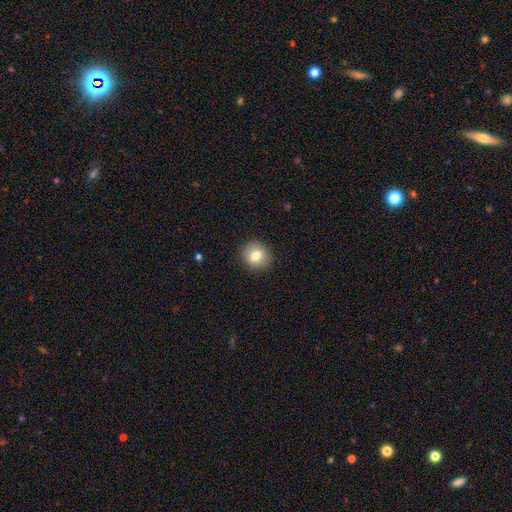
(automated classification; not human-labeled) Smooth or featured?
  - smooth: 79% *
  - featured or disk: 12%
  - star or artifact: 9%
How rounded?
  - round: 87% *
  - in between: 12%
  - cigar-shaped: 1%
Merging?
  - none: 91% *
  - minor disturbance: 7%
  - major disturbance: 2%
  - merger: 1%